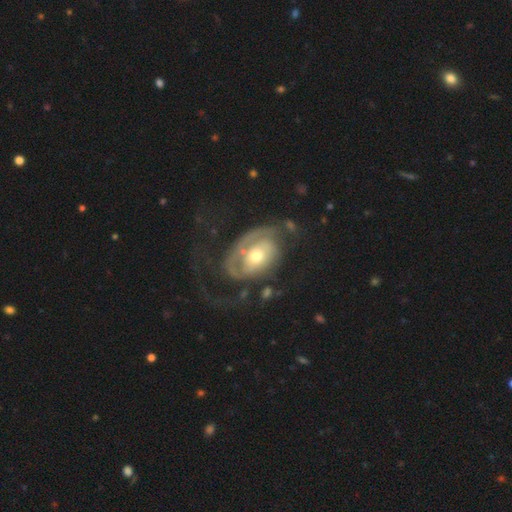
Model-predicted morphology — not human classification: A featured or disk galaxy (74%) with no bar (76%), 1 (34%) tight (48%) spiral arms (75%) and a moderate central bulge (57%).

Vote fractions:
- Smooth or featured? featured or disk: 74% / smooth: 20% / star or artifact: 6%
- Edge-on disk? no: 96% / yes: 4%
- Bar? no: 76% / weak: 18% / strong: 6%
- Spiral arms? yes: 75% / no: 25%
- Spiral winding? tight: 48% / medium: 32% / loose: 21%
- Spiral arm count? 1: 34% / 2: 32% / can't tell: 24% / 3: 5% / 4: 2% / more than 4: 2%
- Bulge size? moderate: 57% / small: 35% / large: 6% / dominant: 1% / none: 1%
- Merging? none: 38% (tied) / major disturbance: 38% (tied) / minor disturbance: 20% / merger: 4%